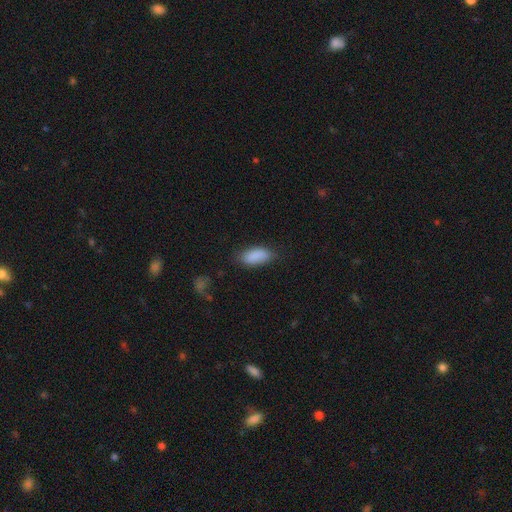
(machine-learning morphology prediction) Smooth or featured: smooth — 88% (star or artifact — 7%)
How rounded: in between — 88% (cigar-shaped — 10%)
Merging: none — 74% (minor disturbance — 20%)